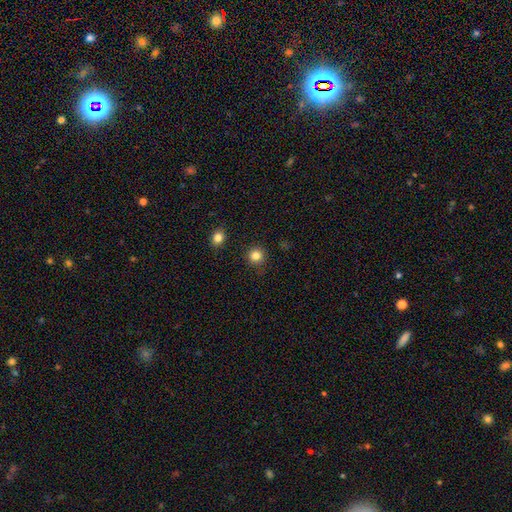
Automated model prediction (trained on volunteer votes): Smooth or featured?
  - smooth: 82% *
  - star or artifact: 13%
  - featured or disk: 5%
How rounded?
  - round: 92% *
  - in between: 7%
  - cigar-shaped: 1%
Merging?
  - none: 88% *
  - minor disturbance: 8%
  - major disturbance: 2%
  - merger: 2%